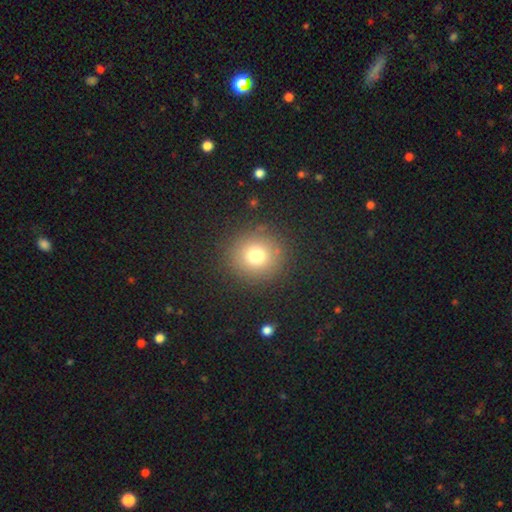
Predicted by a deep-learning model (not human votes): A smooth galaxy with no disk features (74%) that is round (92%).

Vote fractions:
- Smooth or featured? smooth: 74% / star or artifact: 16% / featured or disk: 10%
- How rounded? round: 92% / in between: 7% / cigar-shaped: 1%
- Merging? none: 89% / minor disturbance: 7% / major disturbance: 3% / merger: 1%